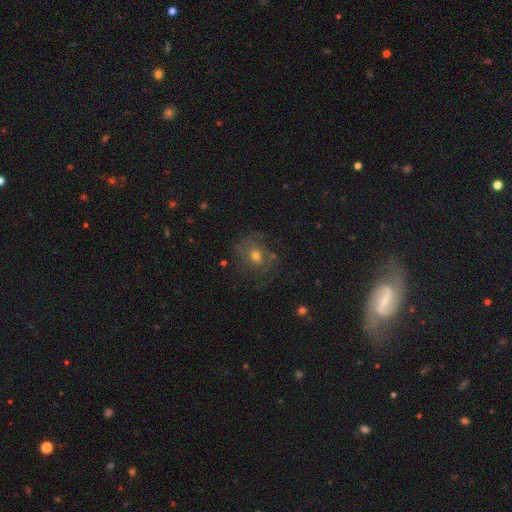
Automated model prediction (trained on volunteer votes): Overall: featured or disk (60%; smooth 26%). Edge-on disk: no (97%). Bar: no (75%). Spiral arms: yes (75%). Bulge size: moderate (60%; small 33%). Merging: none (62%).